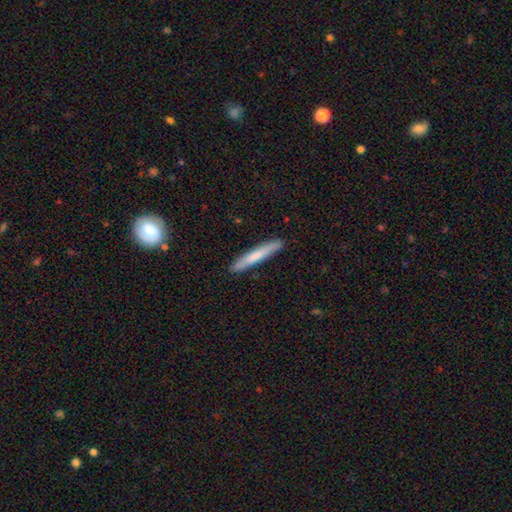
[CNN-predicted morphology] Overall: smooth (69%). How rounded: cigar-shaped (95%). Merging: none (90%).